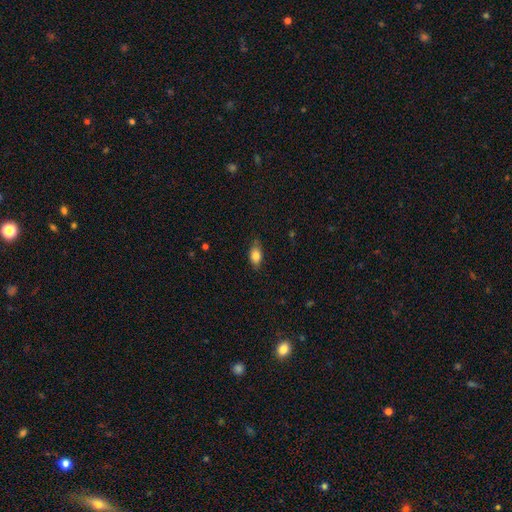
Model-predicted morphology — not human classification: Q: Smooth or featured?
A: smooth (81%); runner-up: featured or disk (11%)
Q: How rounded?
A: in between (85%); runner-up: round (8%)
Q: Merging?
A: none (78%); runner-up: minor disturbance (18%)